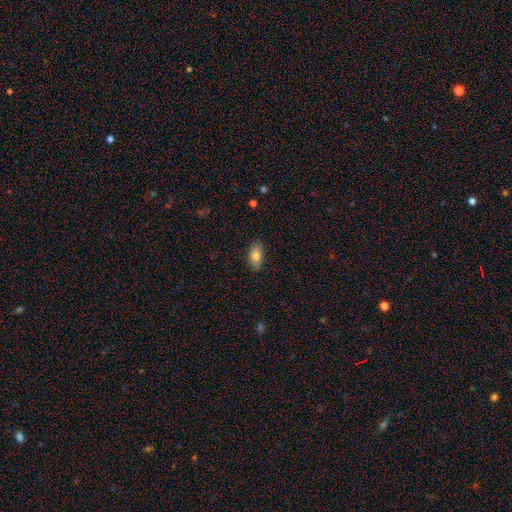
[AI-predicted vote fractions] smooth 82%, featured or disk 10%, star or artifact 7%. Down the decision tree: how rounded — in between (90%); merging — none (87%).